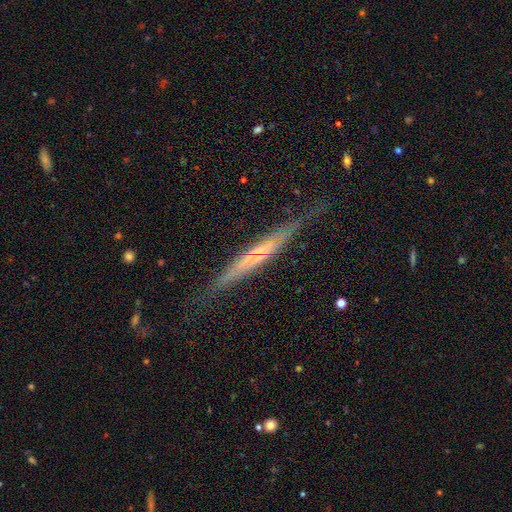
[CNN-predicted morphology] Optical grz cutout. It shows a featured or disk galaxy (59%) viewed edge-on (92%) with no central bulge (69%). Merging: none (75%).